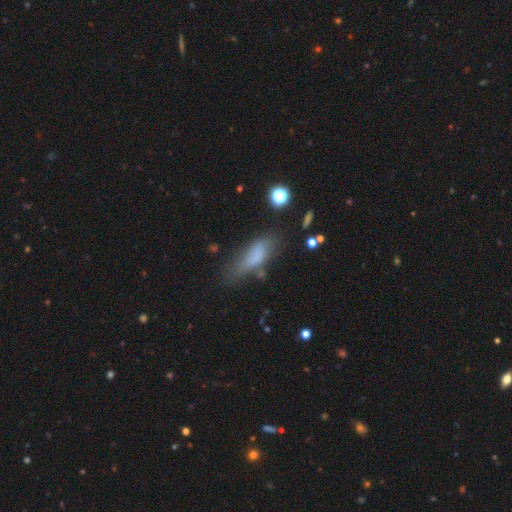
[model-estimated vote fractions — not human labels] The model was most divided on "merging": none: 48%, minor disturbance: 29%, major disturbance: 17%, merger: 6%. More confident: smooth or featured — smooth (70%); how rounded — in between (61%).